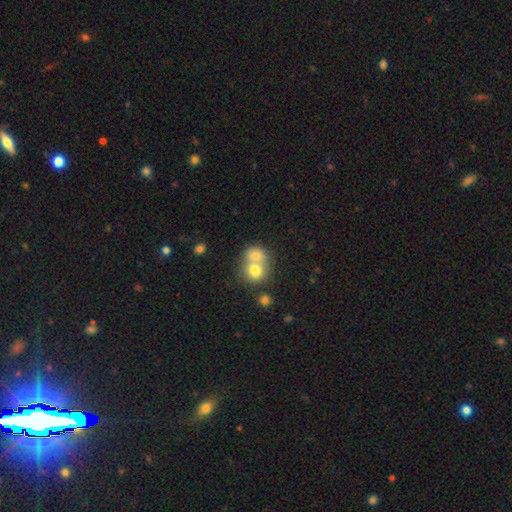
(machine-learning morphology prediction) A smooth galaxy with no disk features (71%) that is round (62%). Merging: merger (72%).